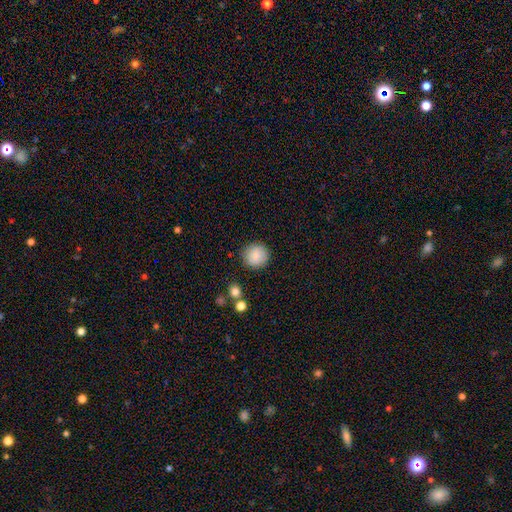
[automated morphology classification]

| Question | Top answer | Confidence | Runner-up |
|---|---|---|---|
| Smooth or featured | smooth | 86% | star or artifact (8%) |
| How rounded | round | 94% | in between (5%) |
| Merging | none | 88% | minor disturbance (8%) |